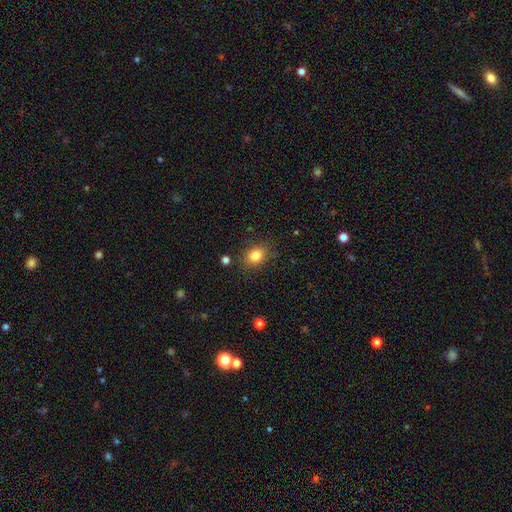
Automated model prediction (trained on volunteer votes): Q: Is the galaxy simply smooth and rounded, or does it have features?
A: smooth — 82%.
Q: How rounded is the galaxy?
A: in between — 54%.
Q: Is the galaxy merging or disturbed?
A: none — 83%.